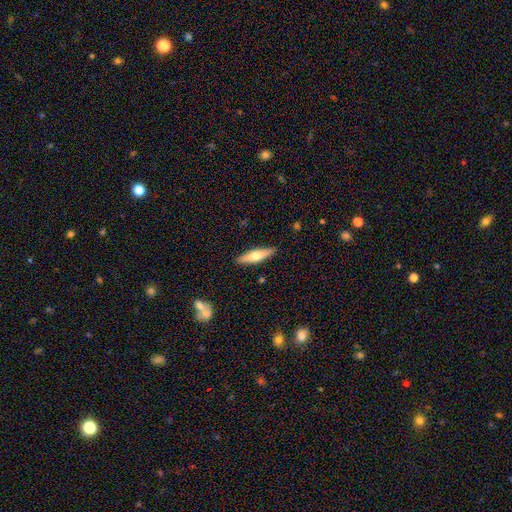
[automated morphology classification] This appears to be a smooth galaxy with no disk features (52%) that is cigar-shaped (69%). Merging: none (89%).